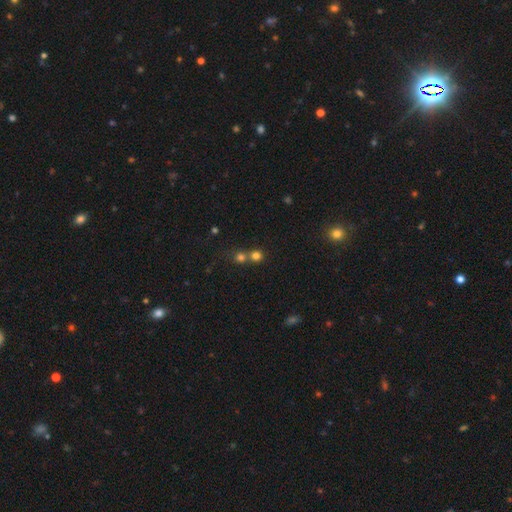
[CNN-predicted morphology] smooth-or-featured: smooth: 74% | star or artifact: 18% | featured or disk: 8%
  how-rounded: round: 89% | in between: 10% | cigar-shaped: 1%
  merging: none: 48% | merger: 44% | minor disturbance: 5% | major disturbance: 2%